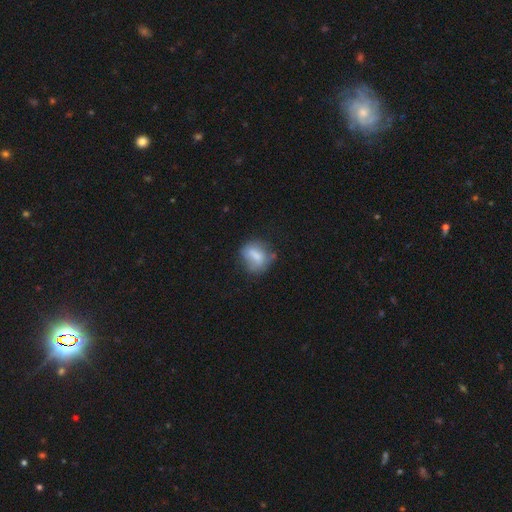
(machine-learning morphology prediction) This is likely a smooth galaxy (70%). How rounded: possibly round (51%). Merging: possibly none (54%).